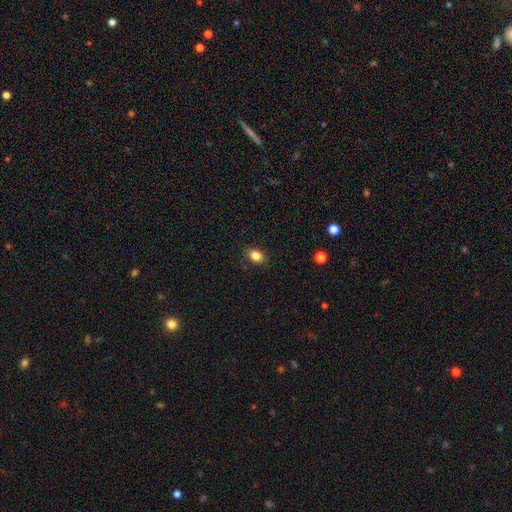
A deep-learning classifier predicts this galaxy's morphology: This appears to be a smooth galaxy with no disk features (85%) that is in between round and cigar-shaped (83%). Merging: none (87%).